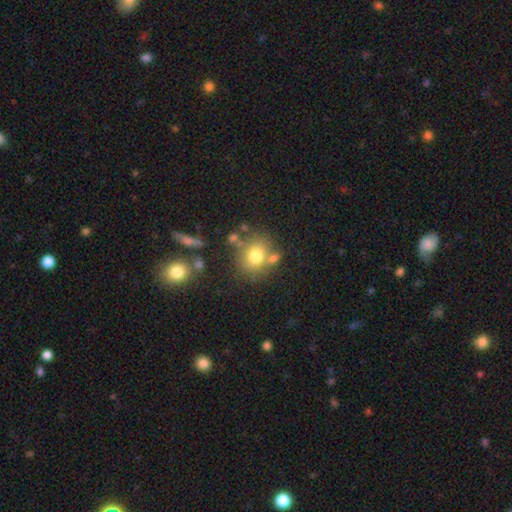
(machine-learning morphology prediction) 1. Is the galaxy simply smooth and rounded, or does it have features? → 74% smooth, 14% featured or disk, 12% star or artifact.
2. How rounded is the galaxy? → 73% round, 26% in between, 1% cigar-shaped.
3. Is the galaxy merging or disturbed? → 66% none, 16% merger, 13% minor disturbance, 6% major disturbance.